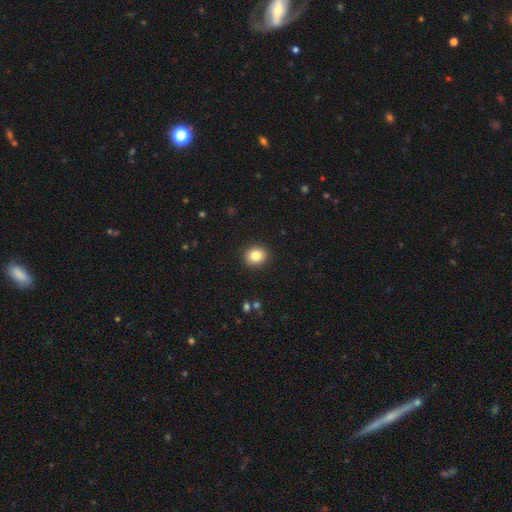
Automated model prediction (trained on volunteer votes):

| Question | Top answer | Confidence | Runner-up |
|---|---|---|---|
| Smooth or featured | smooth | 84% | star or artifact (10%) |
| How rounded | round | 80% | in between (19%) |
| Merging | none | 91% | minor disturbance (6%) |